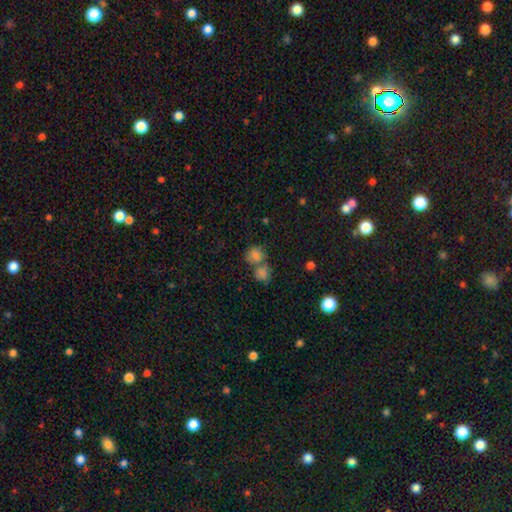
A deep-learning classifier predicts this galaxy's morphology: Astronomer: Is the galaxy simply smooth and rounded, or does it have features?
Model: smooth — 73%.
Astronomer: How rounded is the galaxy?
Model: round — 77%.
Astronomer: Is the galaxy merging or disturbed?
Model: merger — 44% (runner-up: none, 43%).